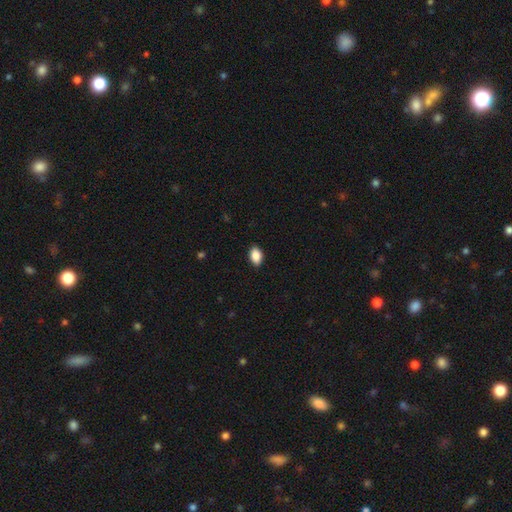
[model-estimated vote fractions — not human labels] Smooth or featured?
  - smooth: 88% *
  - star or artifact: 8%
  - featured or disk: 5%
How rounded?
  - in between: 88% *
  - round: 10%
  - cigar-shaped: 2%
Merging?
  - none: 89% *
  - minor disturbance: 8%
  - major disturbance: 2%
  - merger: 1%